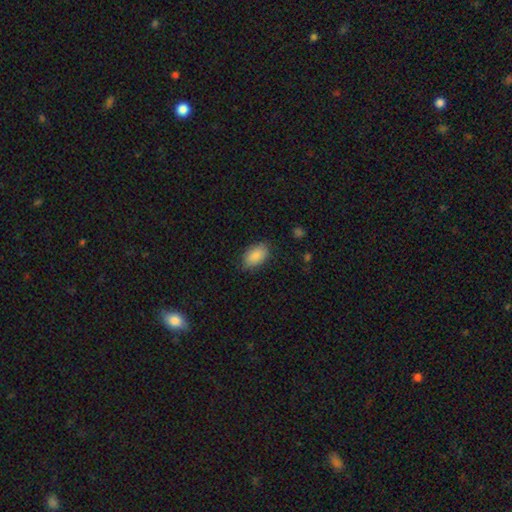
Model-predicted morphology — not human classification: Smooth or featured?
  - smooth: 88% *
  - star or artifact: 7%
  - featured or disk: 6%
How rounded?
  - in between: 92% *
  - round: 7%
  - cigar-shaped: 2%
Merging?
  - none: 81% *
  - minor disturbance: 15%
  - major disturbance: 3%
  - merger: 1%